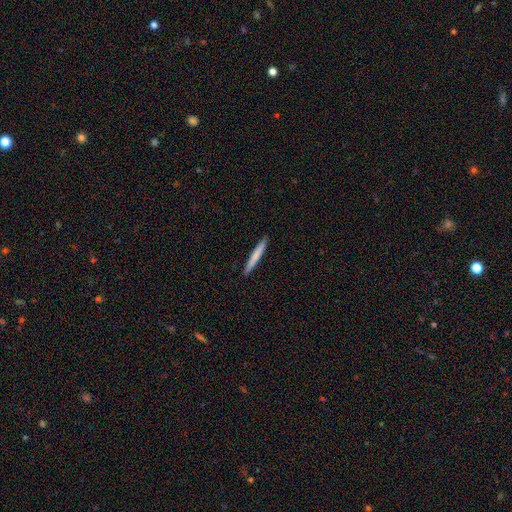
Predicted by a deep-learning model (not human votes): The model was most divided on "smooth or featured": smooth: 72%, featured or disk: 23%, star or artifact: 5%. More confident: how rounded — cigar-shaped (96%); merging — none (91%).